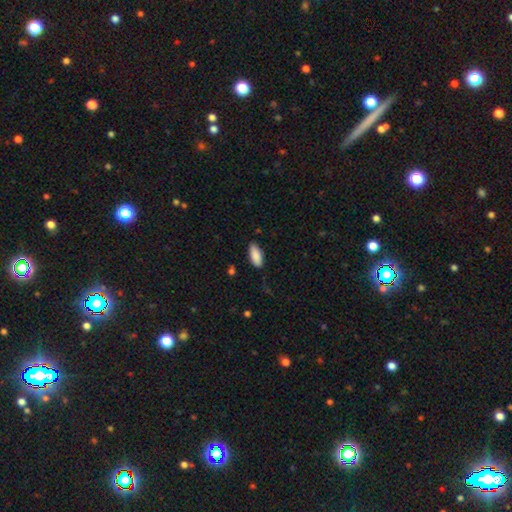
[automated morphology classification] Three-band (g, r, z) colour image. It shows a smooth galaxy with no disk features (89%) that is in between round and cigar-shaped (82%). Merging: none (84%).